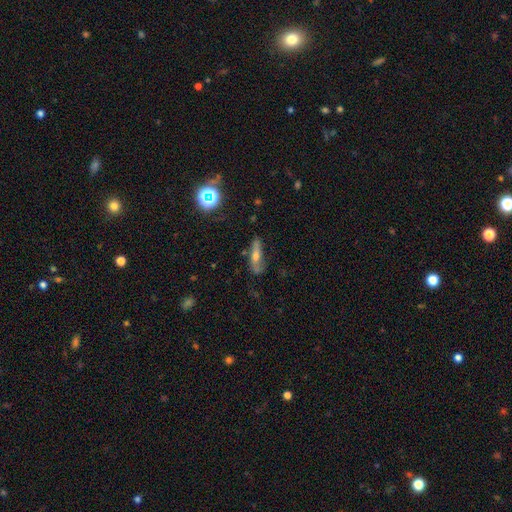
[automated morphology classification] smooth-or-featured: featured or disk: 48% | smooth: 37% | star or artifact: 14%
  merging: none: 68% | minor disturbance: 21% | major disturbance: 7% | merger: 3%